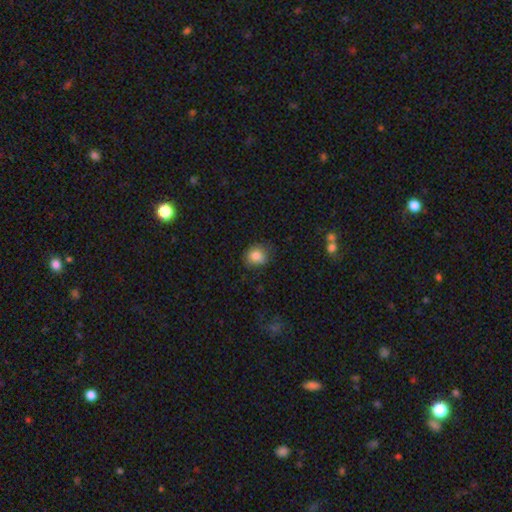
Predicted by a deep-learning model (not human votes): A smooth galaxy with no disk features (82%) that is round (76%). Merging: none (76%).